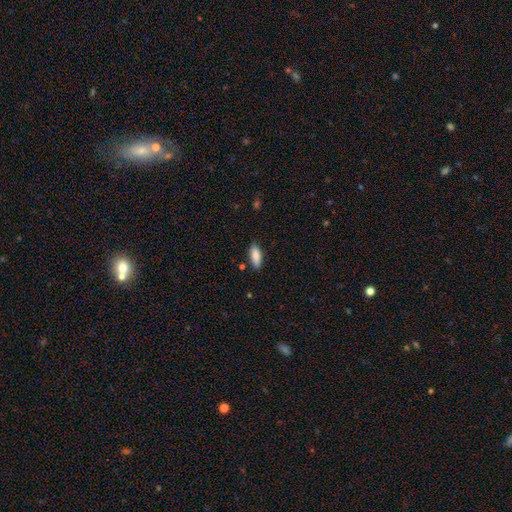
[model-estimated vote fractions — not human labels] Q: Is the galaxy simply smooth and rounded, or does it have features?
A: smooth — 85%.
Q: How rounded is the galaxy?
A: in between — 76%.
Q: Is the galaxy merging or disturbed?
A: none — 84%.